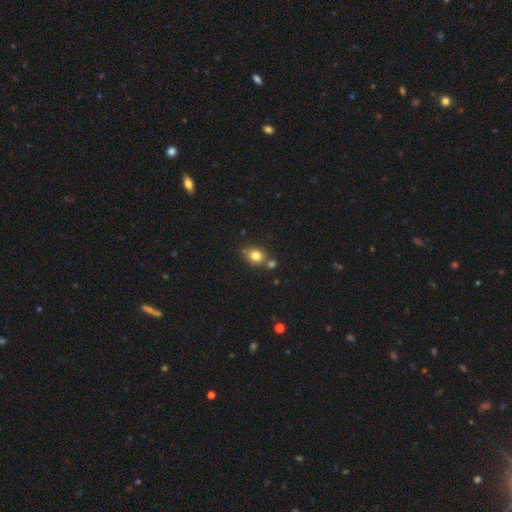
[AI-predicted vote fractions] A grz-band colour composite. It shows a smooth galaxy with no disk features (80%) that is round (53%). Merging: none (64%).